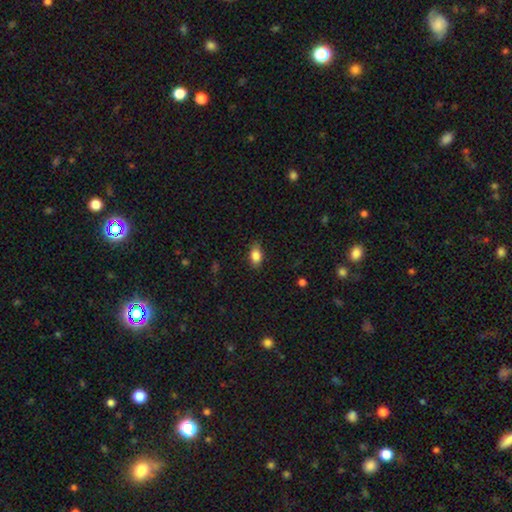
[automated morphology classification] This appears to be a smooth galaxy with no disk features (85%) that is in between round and cigar-shaped (85%). Merging: none (82%).